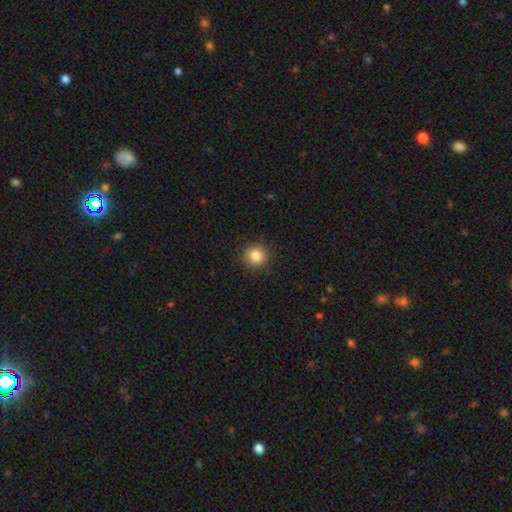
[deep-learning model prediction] This is clearly a smooth galaxy (84%). How rounded: clearly round (93%). Merging: clearly none (90%).